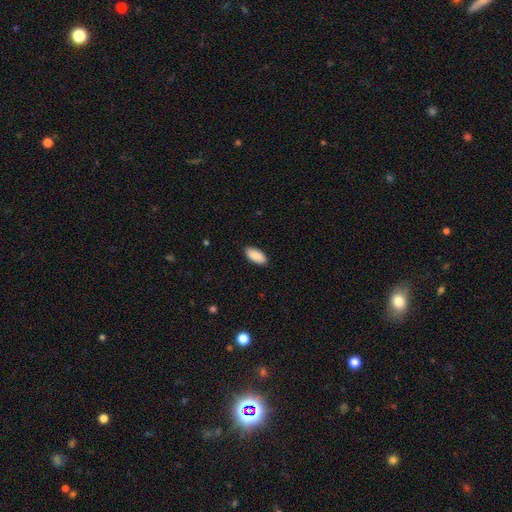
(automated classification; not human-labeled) A smooth galaxy with no disk features (91%) that is in between round and cigar-shaped (90%). Merging: none (89%).